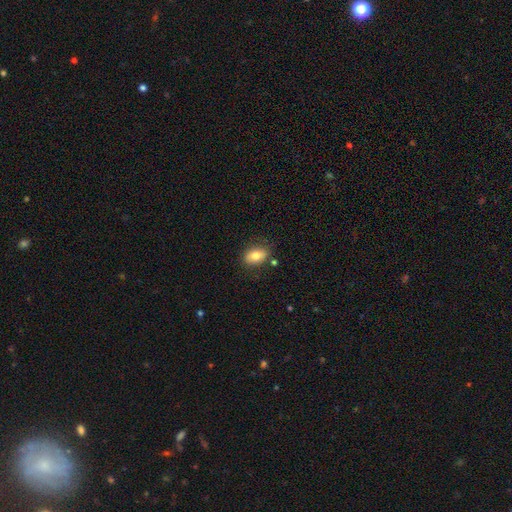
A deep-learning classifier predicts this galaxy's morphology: This is likely a smooth galaxy (78%). How rounded: clearly in between (86%). Merging: likely none (78%).